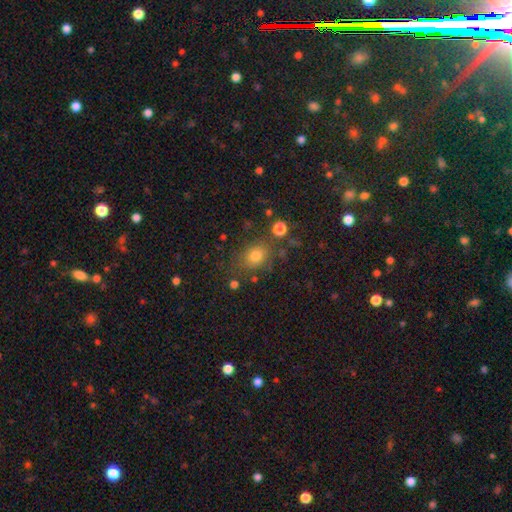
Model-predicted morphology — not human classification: Overall: smooth (76%). How rounded: in between (51%; round 48%). Merging: none (73%).